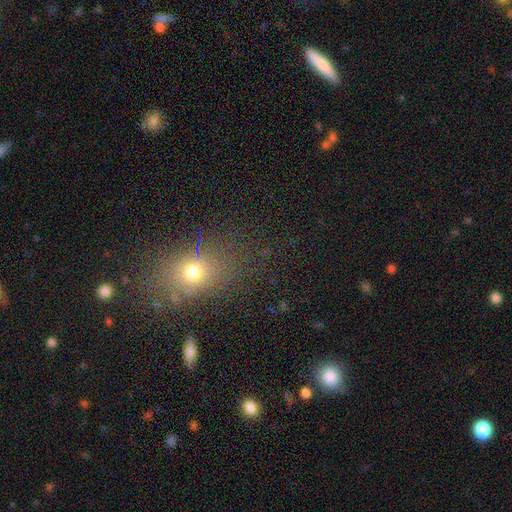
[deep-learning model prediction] smooth_or_featured: smooth (p=0.62) [alt: star or artifact p=0.26]
how_rounded: in between (p=0.62) [alt: round p=0.34]
merging: none (p=0.83) [alt: minor disturbance p=0.10]